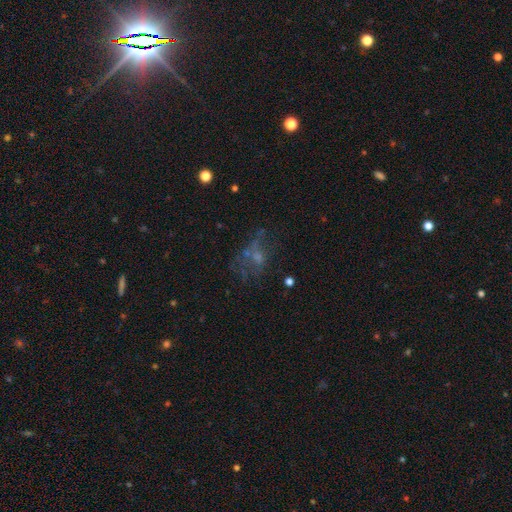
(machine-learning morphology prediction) Smooth or featured?
  - featured or disk: 44% *
  - smooth: 33%
  - star or artifact: 23%
Merging?
  - major disturbance: 39% *
  - none: 36%
  - minor disturbance: 16%
  - merger: 9%